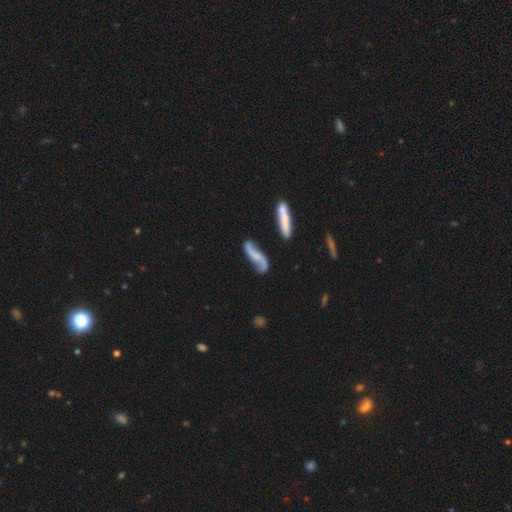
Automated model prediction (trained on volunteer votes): A featured or disk galaxy (78%) with no bar (57%), 2 (92%) loose (80%) spiral arms (94%) and no central bulge (55%).

Vote fractions:
- Smooth or featured? featured or disk: 78% / smooth: 16% / star or artifact: 6%
- Edge-on disk? no: 91% / yes: 9%
- Bar? no: 57% / weak: 32% / strong: 11%
- Spiral arms? yes: 94% / no: 6%
- Spiral winding? loose: 80% / medium: 15% / tight: 4%
- Spiral arm count? 2: 92% / 1: 3% / can't tell: 3% / 3: 1% / 4: 1% / more than 4: 1%
- Bulge size? none: 55% / small: 27% / moderate: 13% / large: 3% / dominant: 1%
- Merging? none: 68% / minor disturbance: 18% / major disturbance: 7% / merger: 7%